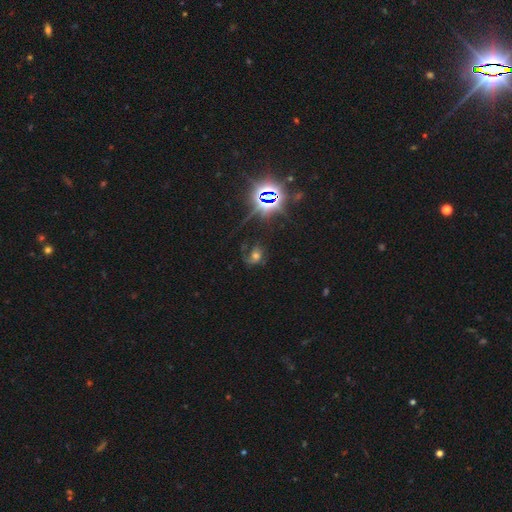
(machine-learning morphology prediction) smooth-or-featured: star or artifact: 35% | featured or disk: 34% | smooth: 31%